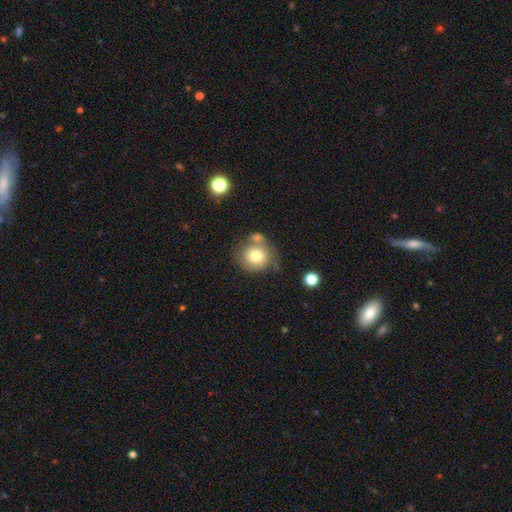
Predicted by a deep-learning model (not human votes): Morphology: type=smooth (76%); roundness=round (89%); merging=none (55%).